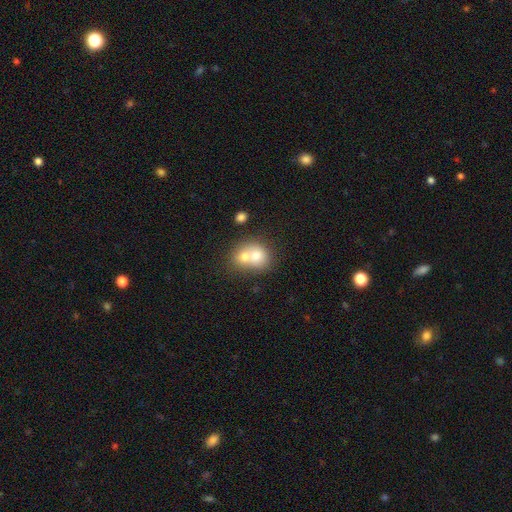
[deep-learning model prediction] smooth-or-featured: smooth: 69% | featured or disk: 22% | star or artifact: 9%
  how-rounded: round: 64% | in between: 36% | cigar-shaped: 1%
  merging: merger: 68% | none: 23% | minor disturbance: 6% | major disturbance: 3%